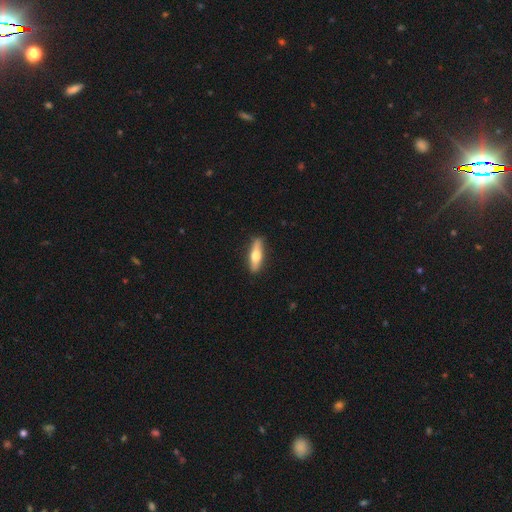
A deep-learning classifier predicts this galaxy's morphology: This appears to be a smooth galaxy with no disk features (48%). Merging: none (89%).